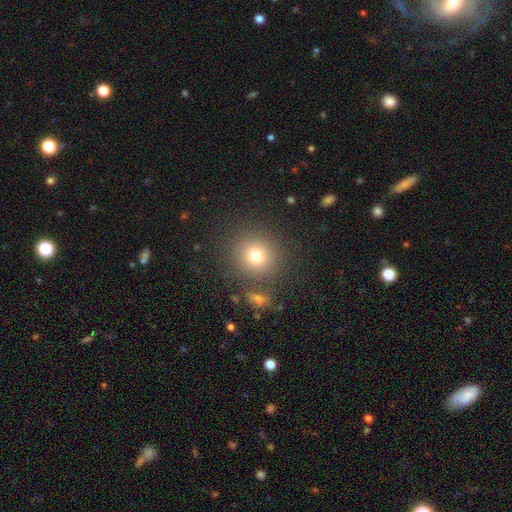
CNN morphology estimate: smooth-or-featured: smooth: 76% | star or artifact: 15% | featured or disk: 10%
  how-rounded: round: 92% | in between: 7% | cigar-shaped: 1%
  merging: none: 83% | minor disturbance: 8% | merger: 5% | major disturbance: 4%